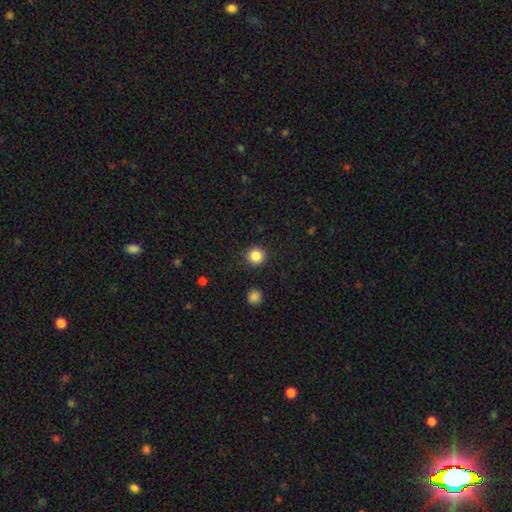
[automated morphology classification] A smooth galaxy with no disk features (86%) that is round (95%).

Vote fractions:
- Smooth or featured? smooth: 86% / star or artifact: 11% / featured or disk: 4%
- How rounded? round: 95% / in between: 4% / cigar-shaped: 1%
- Merging? none: 91% / minor disturbance: 5% / major disturbance: 2% / merger: 1%